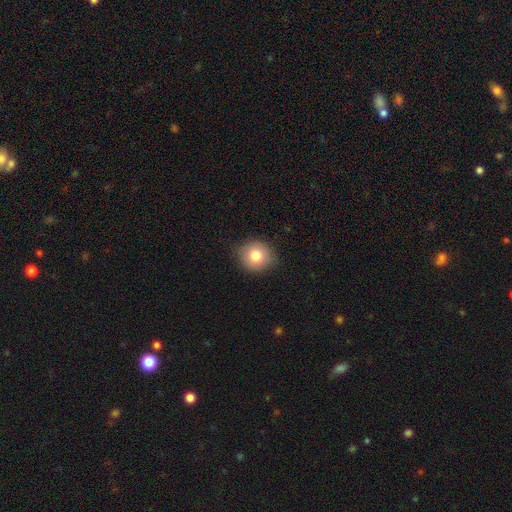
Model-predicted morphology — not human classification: smooth_or_featured: smooth (p=0.79) [alt: featured or disk p=0.11]
how_rounded: round (p=0.82) [alt: in between p=0.17]
merging: none (p=0.86) [alt: minor disturbance p=0.11]